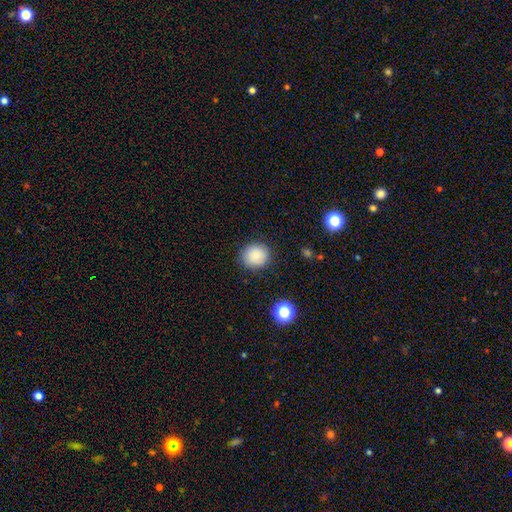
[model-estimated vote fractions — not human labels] Smooth or featured? Predicted: smooth (p=0.86). How rounded? Predicted: round (p=0.84). Merging? Predicted: none (p=0.87).